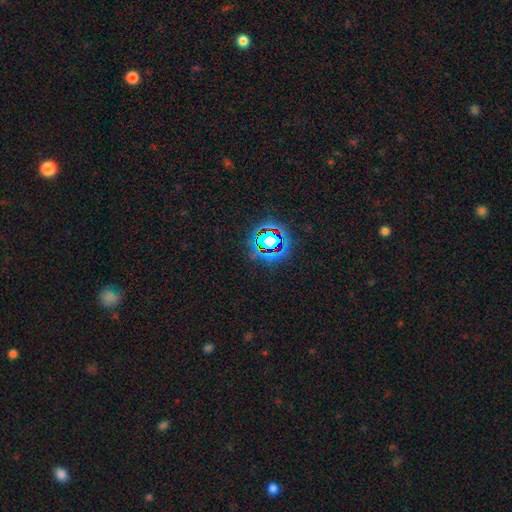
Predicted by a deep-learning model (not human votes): Smooth or featured? star or artifact (71%)